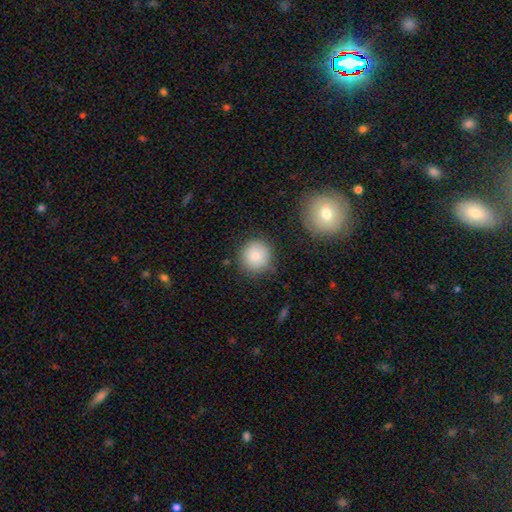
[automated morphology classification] The model was most divided on "merging": none: 84%, minor disturbance: 10%, major disturbance: 3%, merger: 3%. More confident: how rounded — round (92%); smooth or featured — smooth (85%).